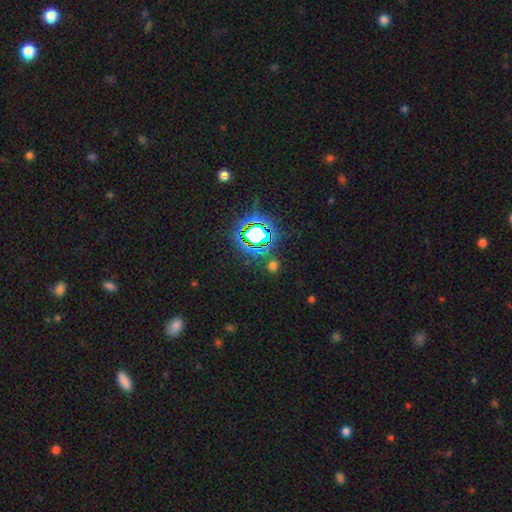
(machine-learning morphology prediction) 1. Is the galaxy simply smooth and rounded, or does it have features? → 77% star or artifact, 15% smooth, 8% featured or disk.